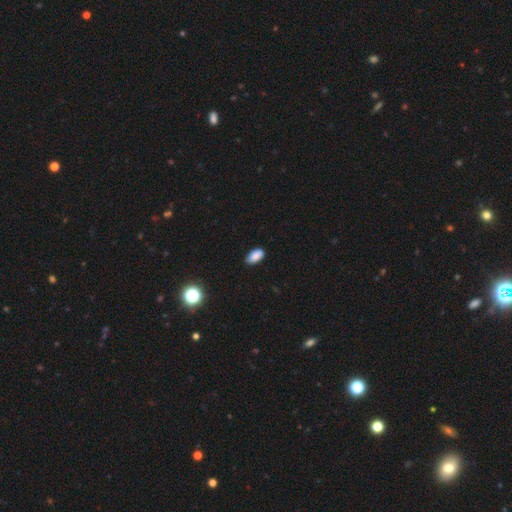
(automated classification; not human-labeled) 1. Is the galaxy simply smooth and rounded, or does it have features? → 85% smooth, 9% star or artifact, 6% featured or disk.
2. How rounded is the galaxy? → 93% in between, 3% round, 3% cigar-shaped.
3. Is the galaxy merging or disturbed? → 81% none, 15% minor disturbance, 2% major disturbance, 1% merger.